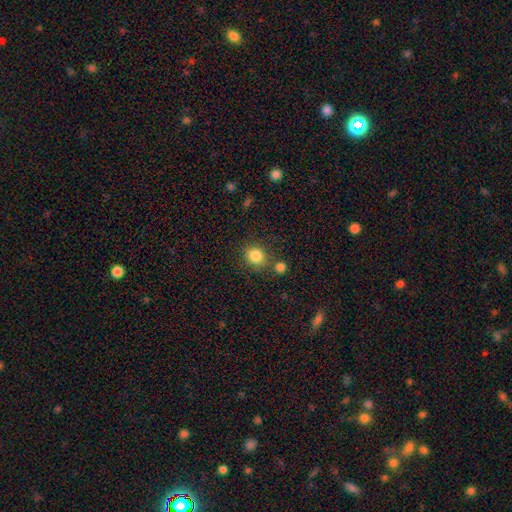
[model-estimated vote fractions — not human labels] Morphology: type=smooth (84%); roundness=round (85%); merging=none (74%).